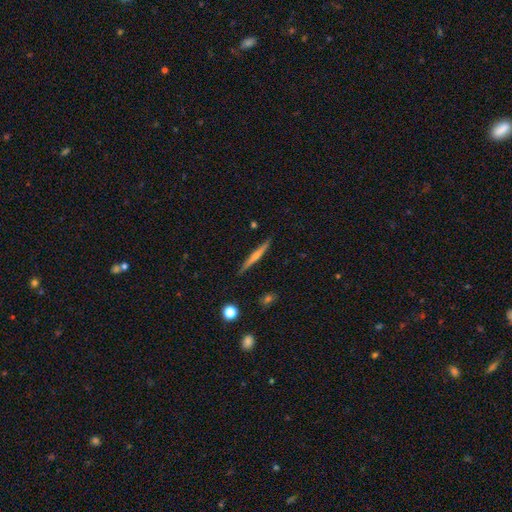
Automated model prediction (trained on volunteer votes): This is likely a featured or disk galaxy (70%). It is clearly viewed edge-on (98%). Edge-on bulge: likely rounded (75%). Merging: clearly none (90%).